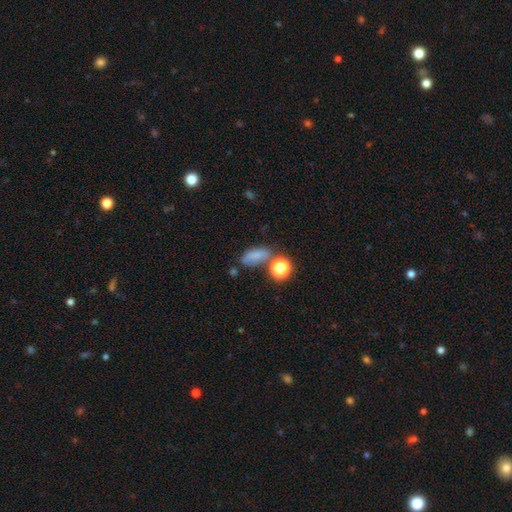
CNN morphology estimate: Smooth or featured? Predicted: smooth (p=0.70). How rounded? Predicted: in between (p=0.69). Merging? Predicted: none (p=0.51).